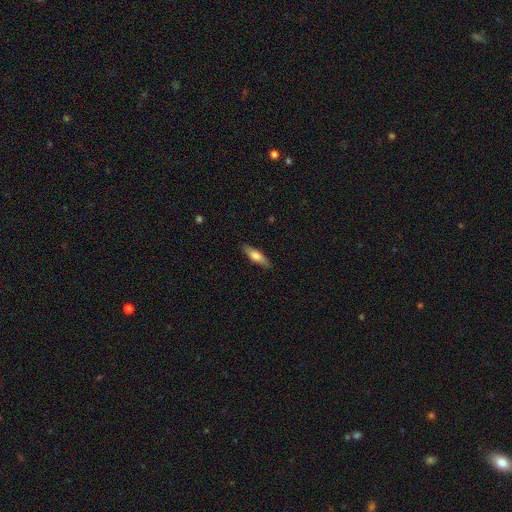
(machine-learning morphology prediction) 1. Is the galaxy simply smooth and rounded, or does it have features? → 67% smooth, 27% featured or disk, 6% star or artifact.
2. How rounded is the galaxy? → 53% cigar-shaped, 45% in between, 2% round.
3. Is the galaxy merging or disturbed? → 86% none, 10% minor disturbance, 2% major disturbance, 1% merger.